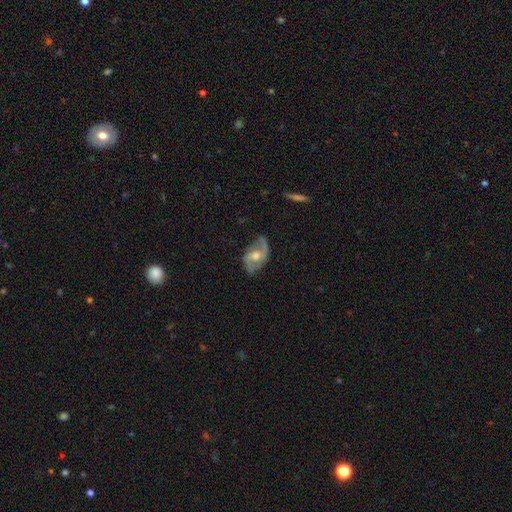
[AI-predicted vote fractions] Smooth or featured? Predicted: featured or disk (p=0.81). Edge-on disk? Predicted: no (p=0.95). Bar? Predicted: no (p=0.51). Spiral arms? Predicted: yes (p=0.91). Spiral winding? Predicted: medium (p=0.45). Spiral arm count? Predicted: 2 (p=0.89). Bulge size? Predicted: moderate (p=0.72). Merging? Predicted: none (p=0.74).